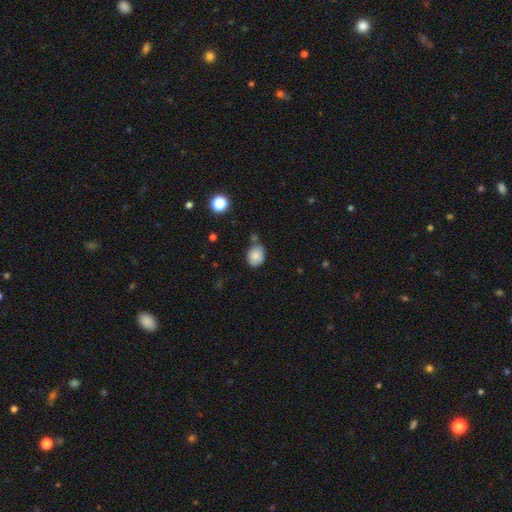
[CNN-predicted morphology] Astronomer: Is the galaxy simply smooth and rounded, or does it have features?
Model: smooth — 82%.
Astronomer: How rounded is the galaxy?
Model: in between — 63%.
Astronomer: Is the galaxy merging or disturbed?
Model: none — 64%.